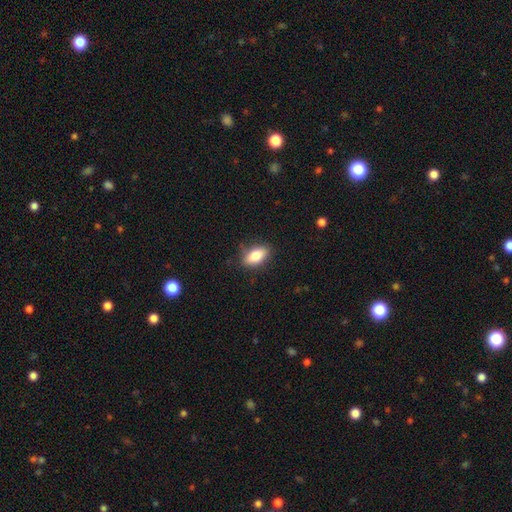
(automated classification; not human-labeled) smooth_or_featured: smooth (p=0.80) [alt: featured or disk p=0.12]
how_rounded: in between (p=0.87) [alt: cigar-shaped p=0.08]
merging: none (p=0.81) [alt: minor disturbance p=0.14]